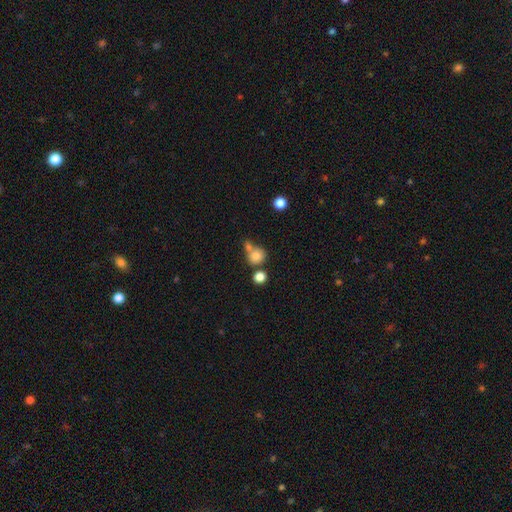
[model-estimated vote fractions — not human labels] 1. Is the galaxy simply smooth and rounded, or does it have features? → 79% smooth, 12% star or artifact, 9% featured or disk.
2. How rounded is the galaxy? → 81% round, 18% in between, 1% cigar-shaped.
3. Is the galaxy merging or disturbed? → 45% none, 38% merger, 11% minor disturbance, 6% major disturbance.